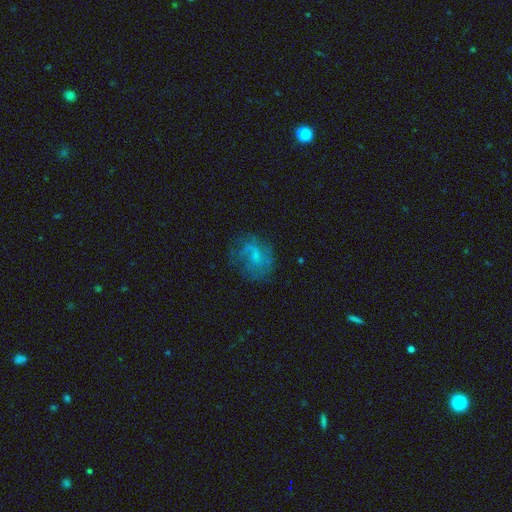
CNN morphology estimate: The model was most divided on "bulge size": small: 42%, none: 36%, moderate: 19%, large: 2%, dominant: 1%. More confident: edge-on disk — no (98%); spiral arms — yes (78%); merging — none (60%); smooth or featured — featured or disk (56%); bar — no (53%).